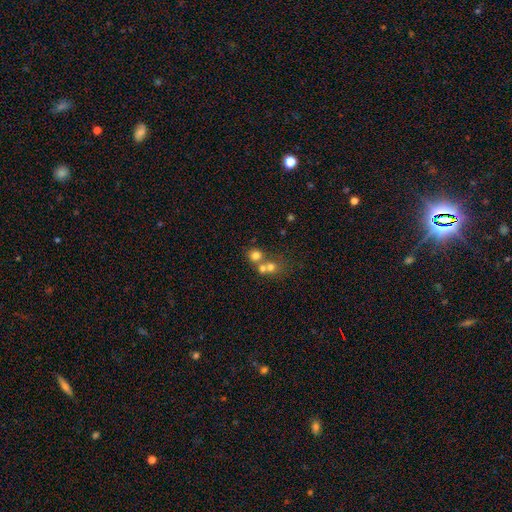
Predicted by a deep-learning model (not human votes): This appears to be a smooth galaxy with no disk features (69%) that is round (84%). Merging: merger (51%).